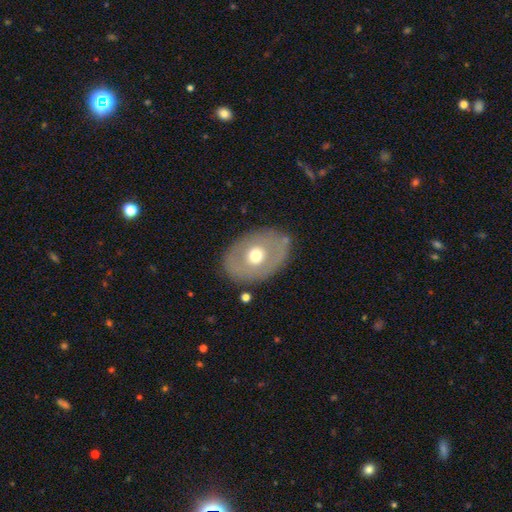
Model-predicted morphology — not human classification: Overall: smooth (52%; featured or disk 41%). How rounded: in between (71%). Merging: none (82%).